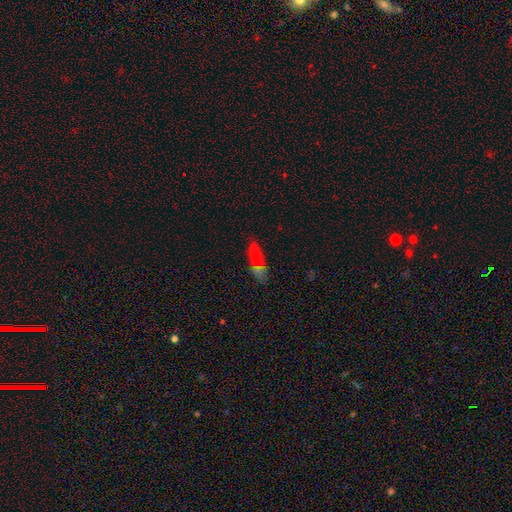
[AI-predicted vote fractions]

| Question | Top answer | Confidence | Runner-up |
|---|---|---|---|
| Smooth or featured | smooth | 62% | star or artifact (20%) |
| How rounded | in between | 56% | cigar-shaped (37%) |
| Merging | none | 51% | merger (30%) |